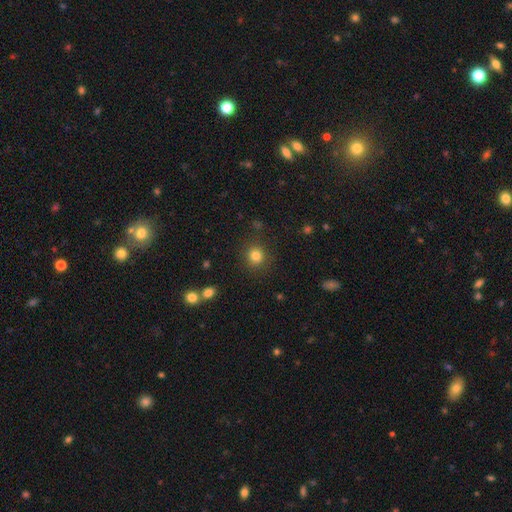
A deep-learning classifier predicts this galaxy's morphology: Overall: smooth (81%). How rounded: round (90%). Merging: none (88%).